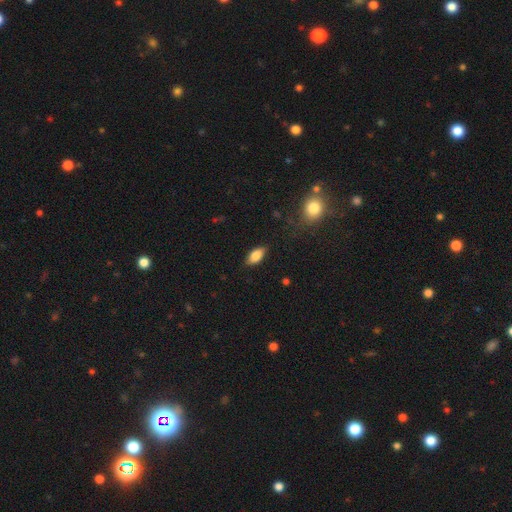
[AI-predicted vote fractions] smooth-or-featured: smooth: 80% | featured or disk: 13% | star or artifact: 7%
  how-rounded: in between: 88% | cigar-shaped: 8% | round: 3%
  merging: none: 84% | minor disturbance: 12% | major disturbance: 3% | merger: 1%